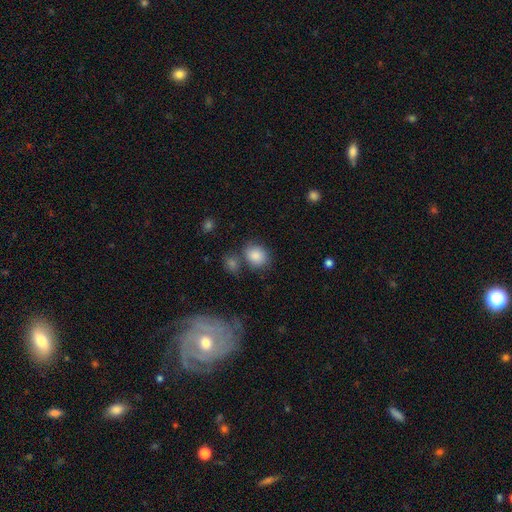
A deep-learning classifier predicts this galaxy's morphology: type=smooth (86%); roundness=round (57%); merging=none (67%).